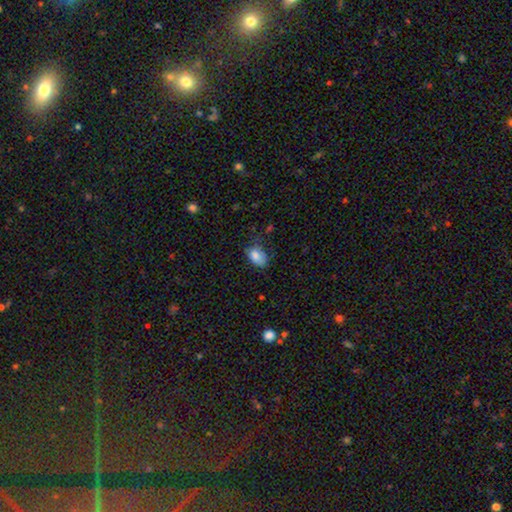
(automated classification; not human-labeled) This is clearly a smooth galaxy (84%). How rounded: clearly in between (85%). Merging: possibly none (57%).